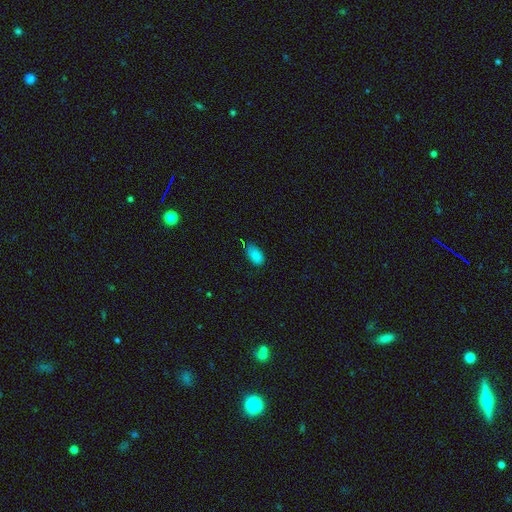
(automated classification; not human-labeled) A smooth galaxy with no disk features (85%) that is in between round and cigar-shaped (93%).

Vote fractions:
- Smooth or featured? smooth: 85% / star or artifact: 10% / featured or disk: 5%
- How rounded? in between: 93% / round: 5% / cigar-shaped: 2%
- Merging? none: 62% / minor disturbance: 30% / major disturbance: 5% / merger: 3%